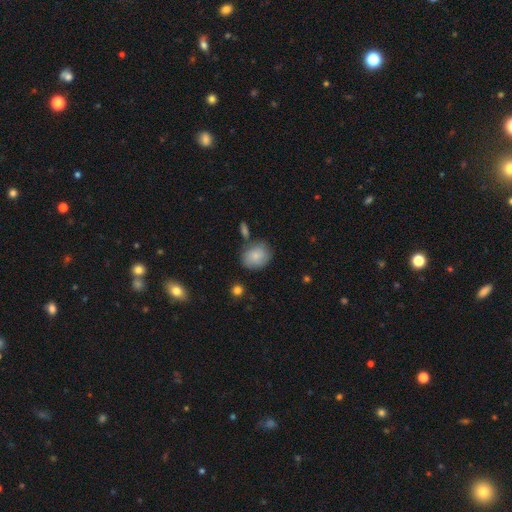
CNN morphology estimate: This is clearly a smooth galaxy (80%). How rounded: possibly round (55%). Merging: likely none (68%).